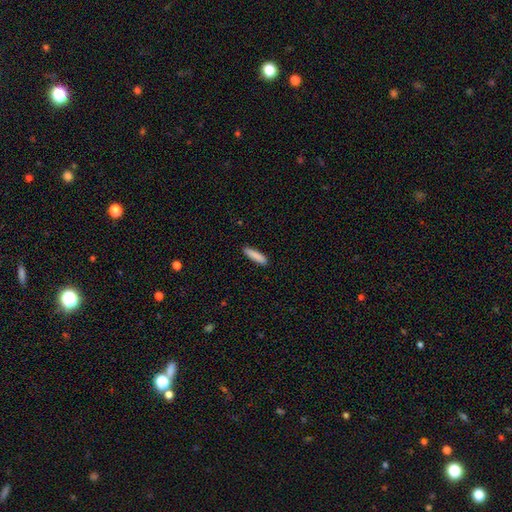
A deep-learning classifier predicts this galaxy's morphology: Smooth or featured: smooth — 88% (featured or disk — 6%)
How rounded: cigar-shaped — 81% (in between — 18%)
Merging: none — 89% (minor disturbance — 8%)